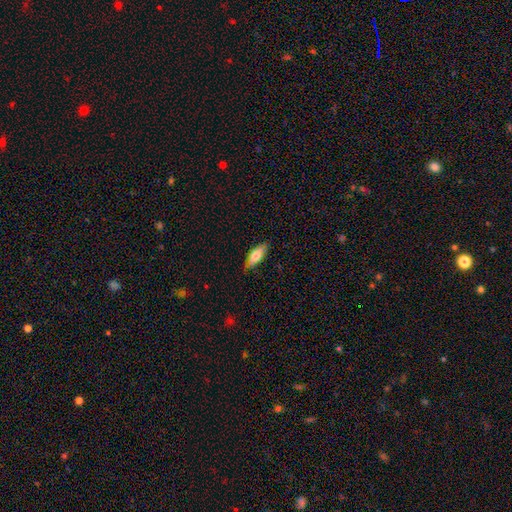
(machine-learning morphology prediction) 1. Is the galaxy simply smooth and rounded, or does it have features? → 74% smooth, 20% featured or disk, 6% star or artifact.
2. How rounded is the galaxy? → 69% in between, 29% cigar-shaped, 2% round.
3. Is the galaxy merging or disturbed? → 80% none, 16% minor disturbance, 3% major disturbance, 1% merger.